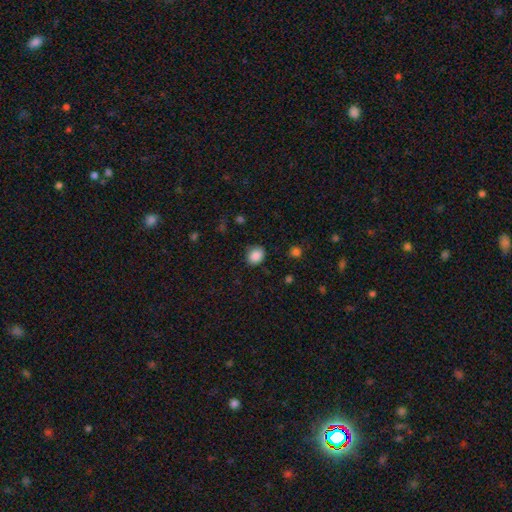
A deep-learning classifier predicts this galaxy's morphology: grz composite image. It shows a smooth galaxy with no disk features (87%) that is round (59%). Merging: none (83%).